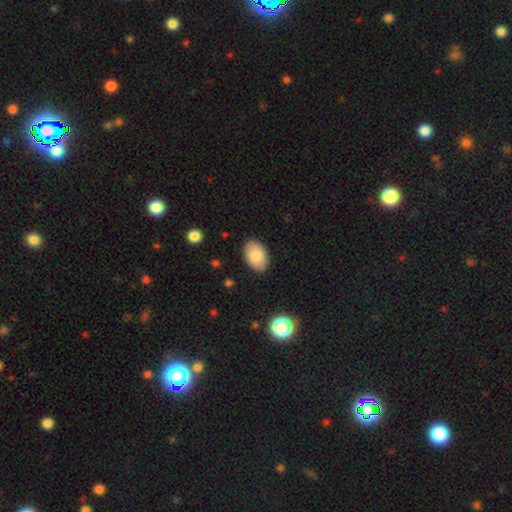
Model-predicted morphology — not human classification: smooth_or_featured: smooth (p=0.85) [alt: featured or disk p=0.09]
how_rounded: in between (p=0.92) [alt: round p=0.07]
merging: none (p=0.88) [alt: minor disturbance p=0.09]